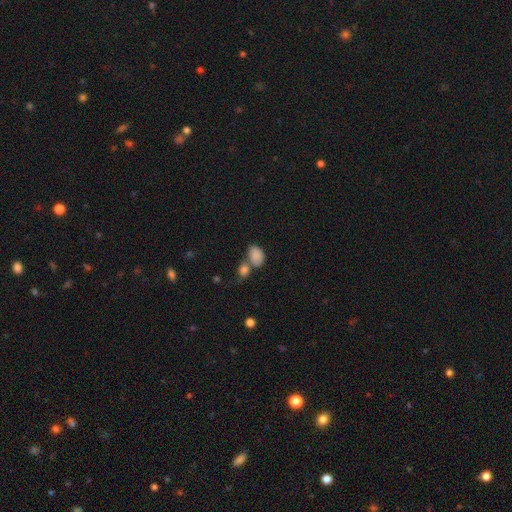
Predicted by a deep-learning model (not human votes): smooth_or_featured: smooth (p=0.85) [alt: star or artifact p=0.09]
how_rounded: in between (p=0.84) [alt: round p=0.15]
merging: merger (p=0.42) [alt: none p=0.39]